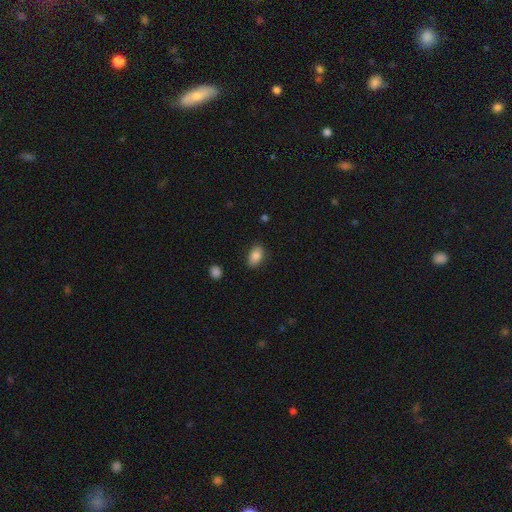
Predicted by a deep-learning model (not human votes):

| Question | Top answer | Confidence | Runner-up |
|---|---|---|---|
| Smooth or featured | smooth | 85% | star or artifact (8%) |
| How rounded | in between | 88% | round (10%) |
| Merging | none | 85% | minor disturbance (11%) |